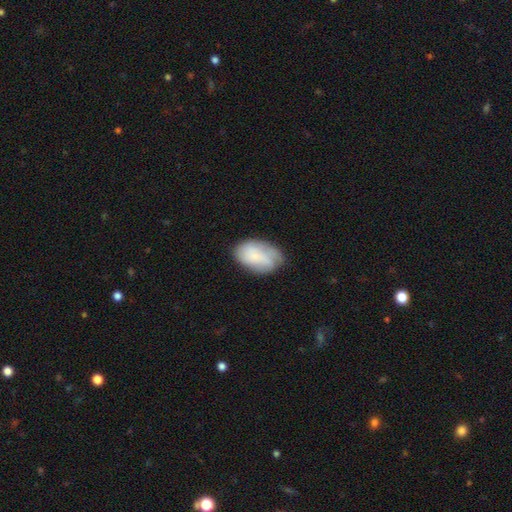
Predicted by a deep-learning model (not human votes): Q: Smooth or featured?
A: smooth (70%); runner-up: featured or disk (23%)
Q: How rounded?
A: in between (92%); runner-up: round (7%)
Q: Merging?
A: none (58%); runner-up: minor disturbance (30%)